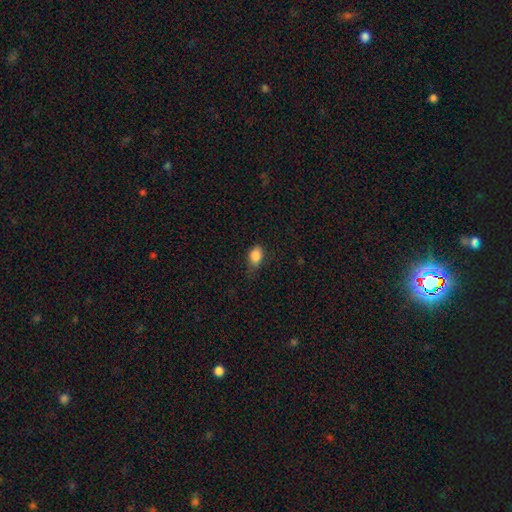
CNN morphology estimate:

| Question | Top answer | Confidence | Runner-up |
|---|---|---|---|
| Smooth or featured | smooth | 86% | star or artifact (9%) |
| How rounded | in between | 84% | round (13%) |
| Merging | none | 63% | minor disturbance (28%) |